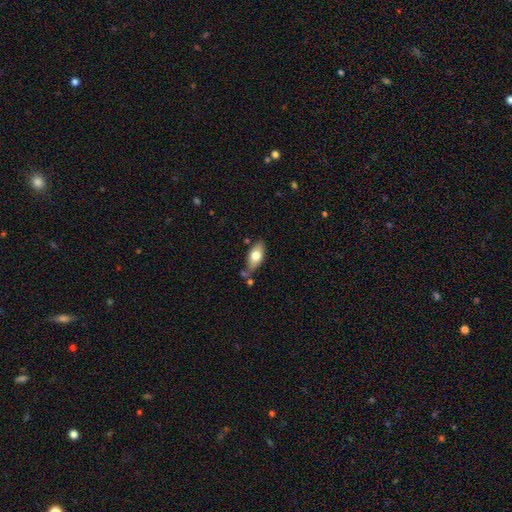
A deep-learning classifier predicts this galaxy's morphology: A smooth galaxy with no disk features (72%) that is in between round and cigar-shaped (89%). Merging: none (65%).